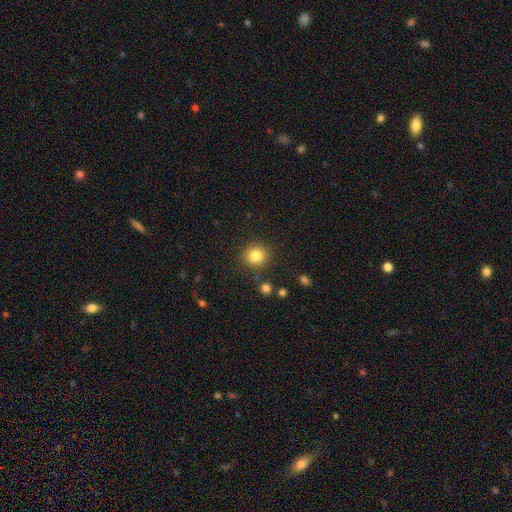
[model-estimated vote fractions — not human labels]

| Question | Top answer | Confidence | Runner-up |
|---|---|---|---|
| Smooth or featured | smooth | 83% | star or artifact (11%) |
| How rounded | round | 87% | in between (12%) |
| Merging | none | 86% | minor disturbance (8%) |